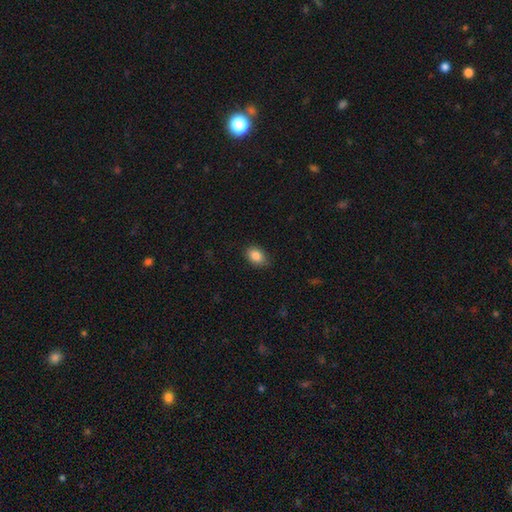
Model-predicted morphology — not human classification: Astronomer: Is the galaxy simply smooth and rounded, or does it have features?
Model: smooth — 86%.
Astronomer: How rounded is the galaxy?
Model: in between — 82%.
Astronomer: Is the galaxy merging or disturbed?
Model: none — 83%.